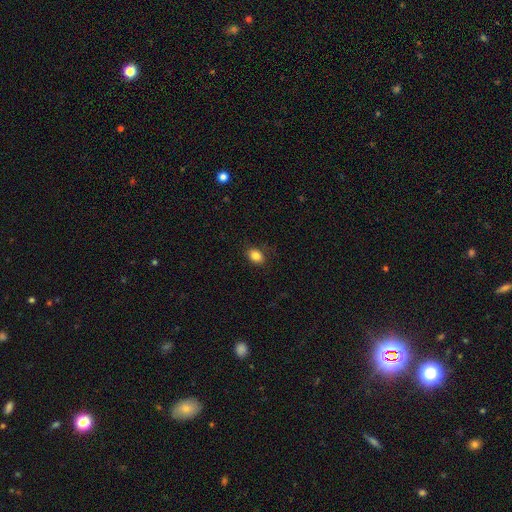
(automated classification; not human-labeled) A smooth galaxy with no disk features (84%) that is in between round and cigar-shaped (73%).

Vote fractions:
- Smooth or featured? smooth: 84% / star or artifact: 10% / featured or disk: 6%
- How rounded? in between: 73% / round: 26% / cigar-shaped: 1%
- Merging? none: 83% / minor disturbance: 13% / major disturbance: 3% / merger: 1%